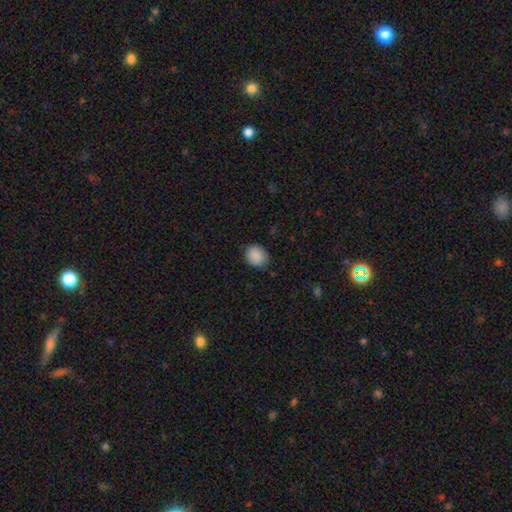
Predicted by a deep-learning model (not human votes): Smooth or featured: smooth — 89% (star or artifact — 8%)
How rounded: round — 61% (in between — 38%)
Merging: none — 84% (minor disturbance — 12%)